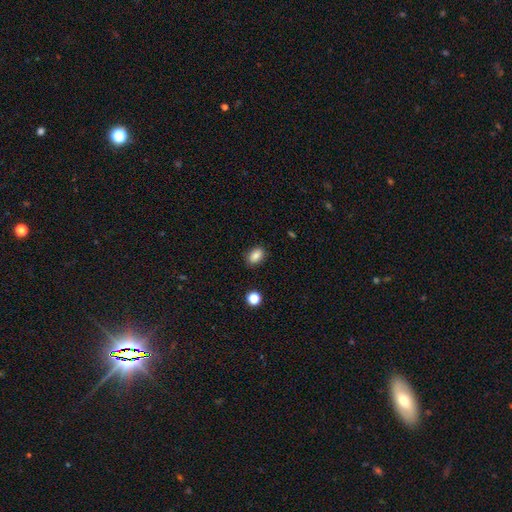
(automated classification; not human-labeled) A smooth galaxy with no disk features (86%) that is in between round and cigar-shaped (83%). Merging: none (86%).